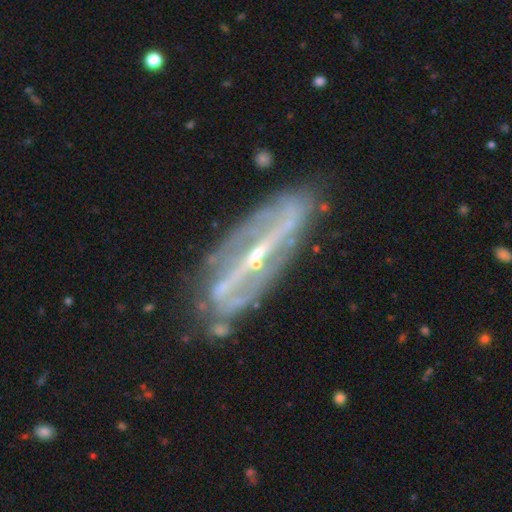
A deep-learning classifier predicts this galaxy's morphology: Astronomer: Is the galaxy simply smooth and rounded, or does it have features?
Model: featured or disk — 85%.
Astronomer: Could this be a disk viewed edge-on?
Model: no — 73%.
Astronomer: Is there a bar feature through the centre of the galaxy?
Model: strong — 67%.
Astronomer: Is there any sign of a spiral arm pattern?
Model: yes — 83%.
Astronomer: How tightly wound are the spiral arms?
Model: tight — 37% (runner-up: medium, 36%).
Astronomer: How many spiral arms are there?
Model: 2 — 69%.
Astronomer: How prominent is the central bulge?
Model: small — 67%.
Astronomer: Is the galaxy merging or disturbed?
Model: none — 76%.